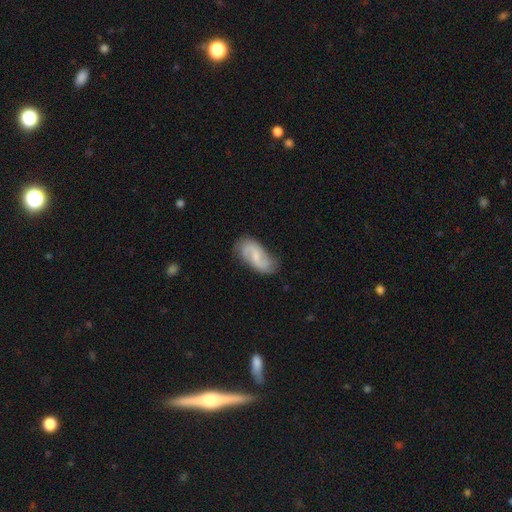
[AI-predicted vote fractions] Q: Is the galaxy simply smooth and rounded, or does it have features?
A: featured or disk — 71%.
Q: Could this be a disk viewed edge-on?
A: no — 96%.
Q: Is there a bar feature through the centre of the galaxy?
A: weak — 54%.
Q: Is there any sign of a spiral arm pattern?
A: yes — 93%.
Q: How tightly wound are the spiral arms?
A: loose — 47%.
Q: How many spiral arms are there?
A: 2 — 87%.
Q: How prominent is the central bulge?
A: small — 54%.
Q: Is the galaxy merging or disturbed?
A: none — 73%.